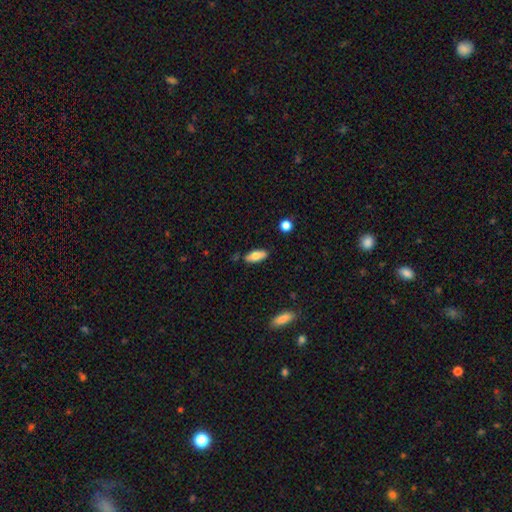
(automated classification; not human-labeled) This is likely a smooth galaxy (74%). How rounded: clearly in between (81%). Merging: clearly none (82%).